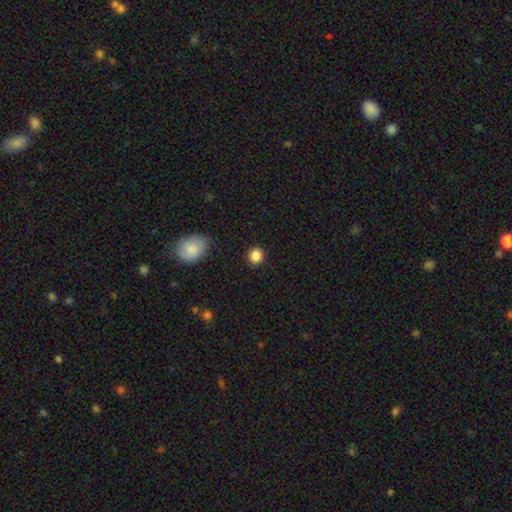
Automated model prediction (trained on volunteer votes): This is clearly a smooth galaxy (87%). How rounded: clearly round (88%). Merging: clearly none (90%).